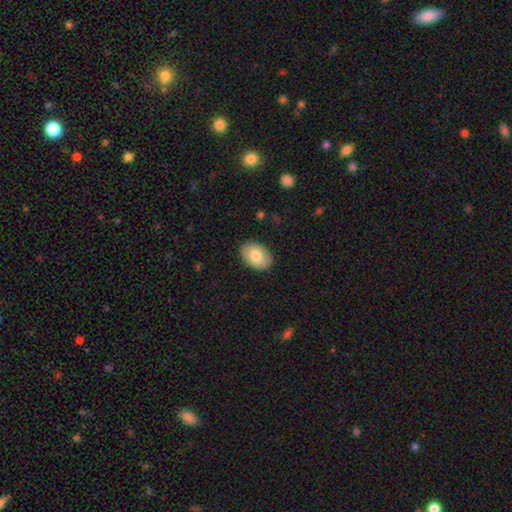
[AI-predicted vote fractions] This is likely a smooth galaxy (77%). How rounded: clearly in between (84%). Merging: clearly none (87%).